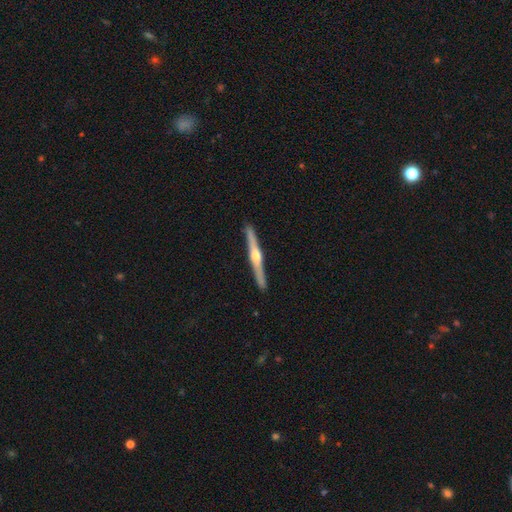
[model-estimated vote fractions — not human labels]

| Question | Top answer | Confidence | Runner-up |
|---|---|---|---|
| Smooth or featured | featured or disk | 81% | smooth (15%) |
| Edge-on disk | yes | 98% | no (2%) |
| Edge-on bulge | rounded | 92% | none (4%) |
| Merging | none | 93% | minor disturbance (5%) |